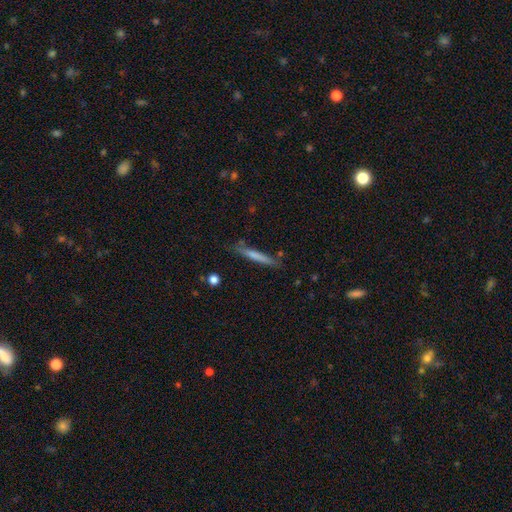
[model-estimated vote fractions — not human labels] Smooth or featured? smooth (66%)
How rounded? cigar-shaped (95%)
Merging? none (79%)